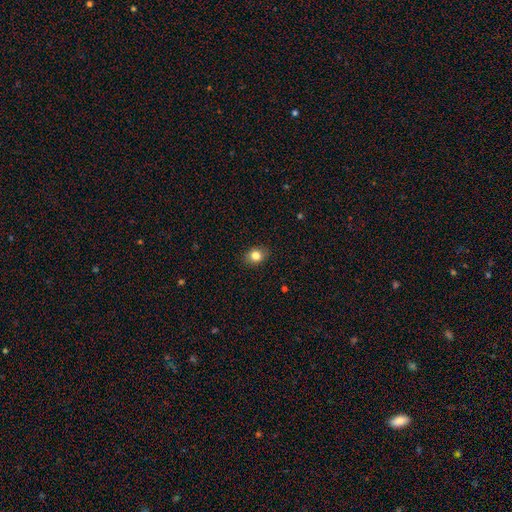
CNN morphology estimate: smooth-or-featured: smooth: 81% | star or artifact: 10% | featured or disk: 8%
  how-rounded: in between: 51% | round: 48% | cigar-shaped: 1%
  merging: none: 88% | minor disturbance: 9% | major disturbance: 2% | merger: 1%